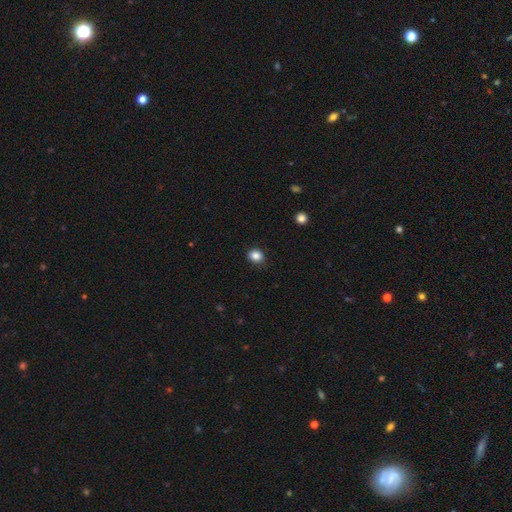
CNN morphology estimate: This is clearly a smooth galaxy (86%). How rounded: likely round (62%). Merging: clearly none (88%).